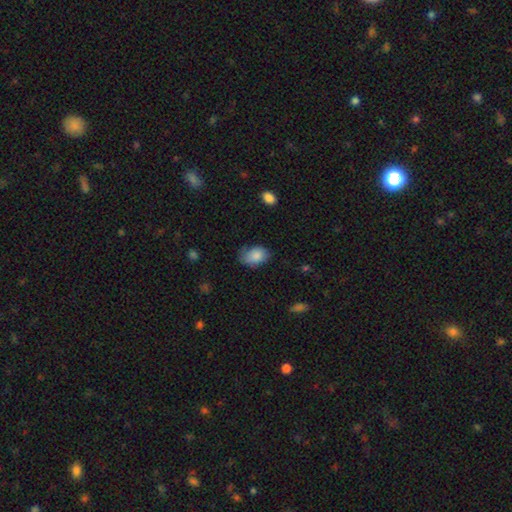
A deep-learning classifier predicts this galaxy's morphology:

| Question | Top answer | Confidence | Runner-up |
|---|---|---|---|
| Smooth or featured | smooth | 84% | featured or disk (9%) |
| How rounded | in between | 85% | round (14%) |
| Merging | none | 64% | minor disturbance (28%) |